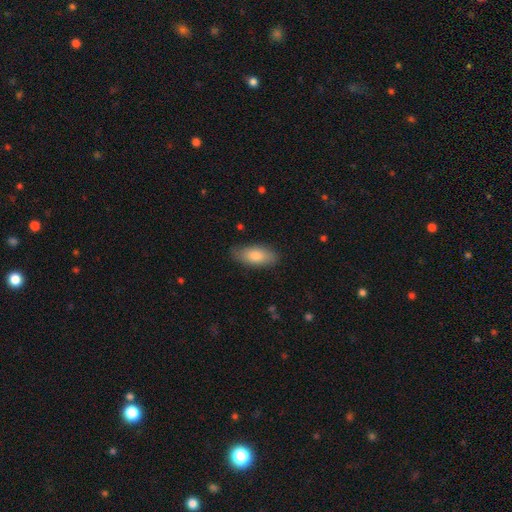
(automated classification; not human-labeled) A smooth galaxy with no disk features (79%) that is in between round and cigar-shaped (85%).

Vote fractions:
- Smooth or featured? smooth: 79% / featured or disk: 15% / star or artifact: 6%
- How rounded? in between: 85% / cigar-shaped: 13% / round: 2%
- Merging? none: 82% / minor disturbance: 14% / major disturbance: 3% / merger: 1%